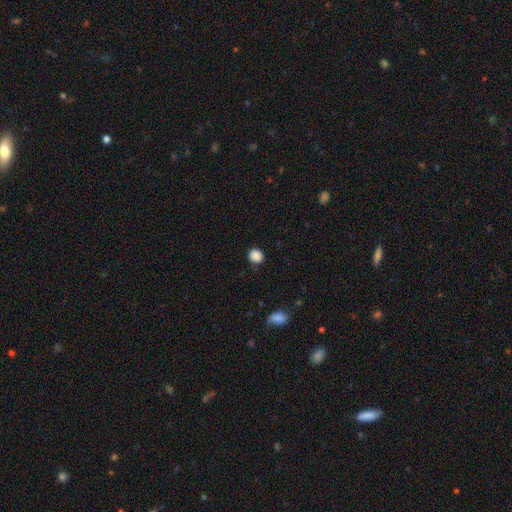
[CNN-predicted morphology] A smooth galaxy with no disk features (87%) that is round (83%). Merging: none (83%).